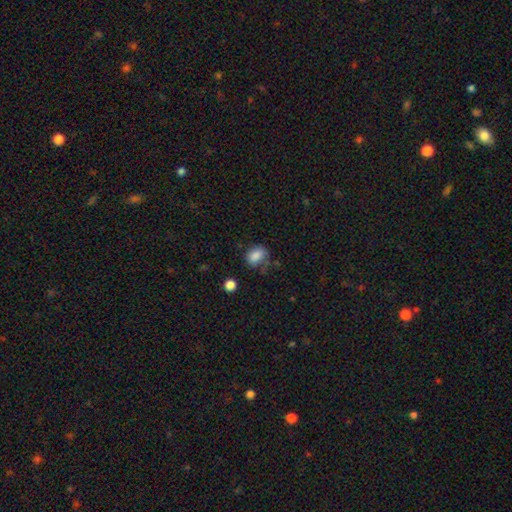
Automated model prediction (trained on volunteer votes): This is clearly a smooth galaxy (84%). How rounded: likely in between (66%). Merging: possibly none (60%).